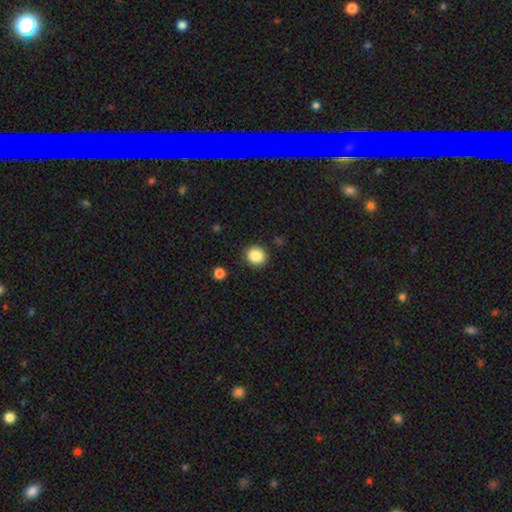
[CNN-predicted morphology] A smooth galaxy with no disk features (87%) that is round (85%). Merging: none (88%).